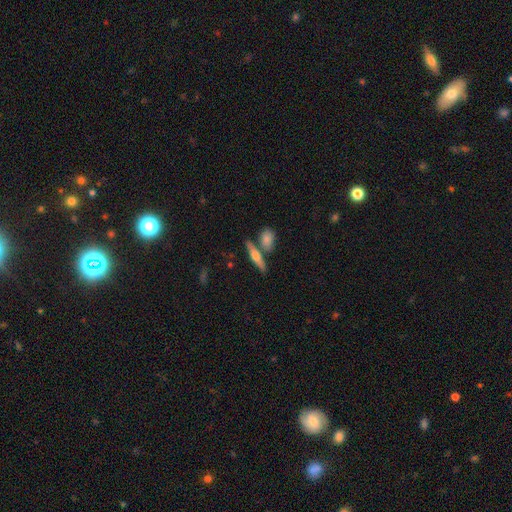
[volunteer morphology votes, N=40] A featured or disk galaxy (60%) viewed edge-on (100%) with a rounded central bulge (92%). Merging: none (71%).